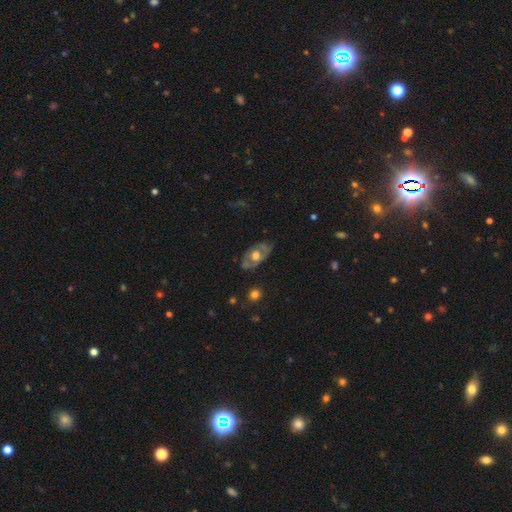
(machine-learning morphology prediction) Smooth or featured: featured or disk — 63% (smooth — 31%)
Edge-on disk: no — 87% (yes — 13%)
Bar: no — 83% (weak — 14%)
Spiral arms: no — 70% (yes — 30%)
Bulge size: moderate — 56% (large — 37%)
Merging: none — 74% (minor disturbance — 19%)